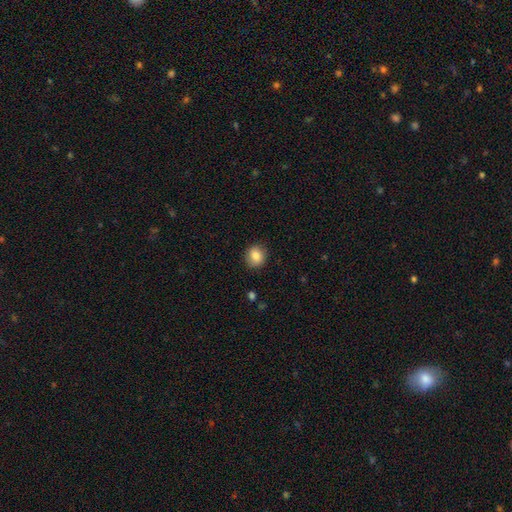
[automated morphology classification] type=smooth (85%); roundness=round (76%); merging=none (88%).